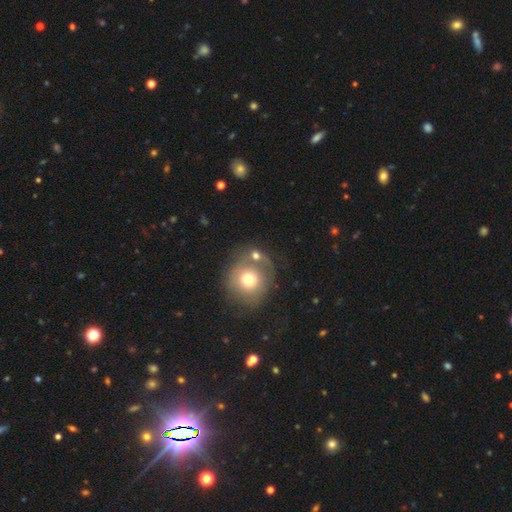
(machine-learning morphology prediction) smooth_or_featured: smooth (p=0.66) [alt: featured or disk p=0.23]
how_rounded: round (p=0.81) [alt: in between p=0.17]
merging: none (p=0.47) [alt: merger p=0.31]